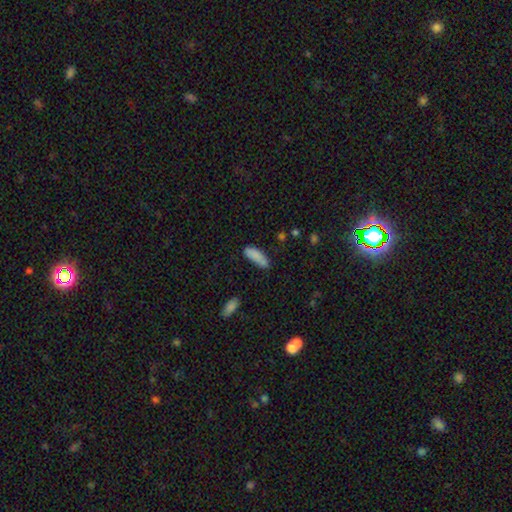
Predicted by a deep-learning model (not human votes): Q: Smooth or featured?
A: smooth (85%); runner-up: featured or disk (8%)
Q: How rounded?
A: in between (62%); runner-up: cigar-shaped (37%)
Q: Merging?
A: none (65%); runner-up: minor disturbance (25%)